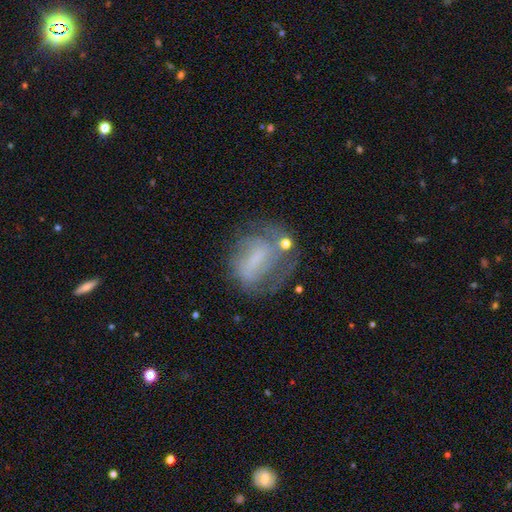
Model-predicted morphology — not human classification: Smooth or featured: featured or disk — 57% (smooth — 29%)
Edge-on disk: no — 93% (yes — 7%)
Bar: weak — 37% (strong — 35%)
Spiral arms: yes — 61% (no — 39%)
Bulge size: none — 43% (small — 30%)
Merging: none — 54% (minor disturbance — 21%)